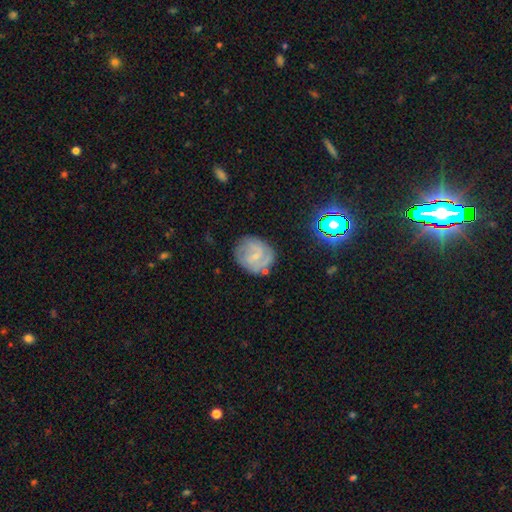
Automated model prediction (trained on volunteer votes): Smooth or featured? Predicted: featured or disk (p=0.64). Edge-on disk? Predicted: no (p=0.98). Bar? Predicted: weak (p=0.49). Spiral arms? Predicted: yes (p=0.86). Spiral winding? Predicted: tight (p=0.44). Spiral arm count? Predicted: 2 (p=0.39). Bulge size? Predicted: small (p=0.72). Merging? Predicted: none (p=0.71).